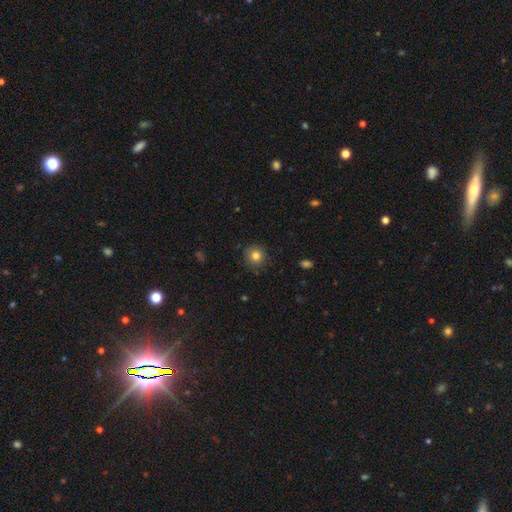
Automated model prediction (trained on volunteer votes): smooth_or_featured: smooth (p=0.82) [alt: star or artifact p=0.11]
how_rounded: round (p=0.90) [alt: in between p=0.09]
merging: none (p=0.86) [alt: minor disturbance p=0.11]